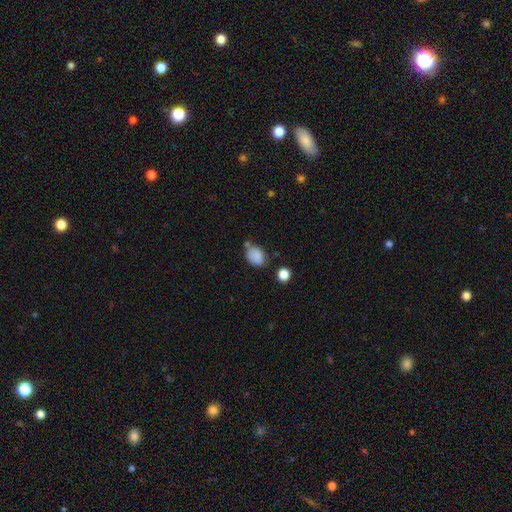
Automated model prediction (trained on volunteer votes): Smooth or featured? smooth (84%)
How rounded? in between (67%)
Merging? none (60%)